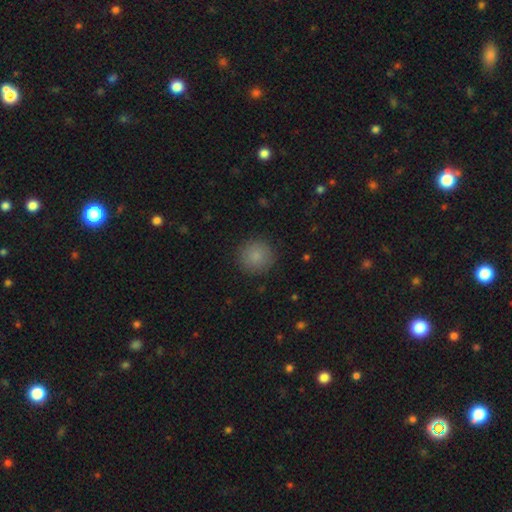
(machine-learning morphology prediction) smooth_or_featured: smooth (p=0.86) [alt: star or artifact p=0.09]
how_rounded: round (p=0.94) [alt: in between p=0.05]
merging: none (p=0.89) [alt: minor disturbance p=0.07]